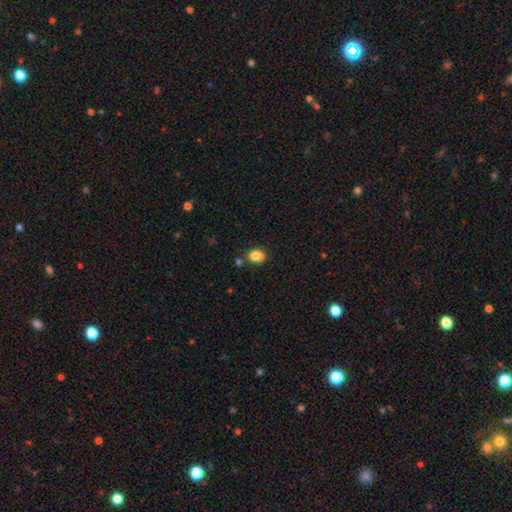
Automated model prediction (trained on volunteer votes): A smooth galaxy with no disk features (82%) that is in between round and cigar-shaped (54%). Merging: none (68%).